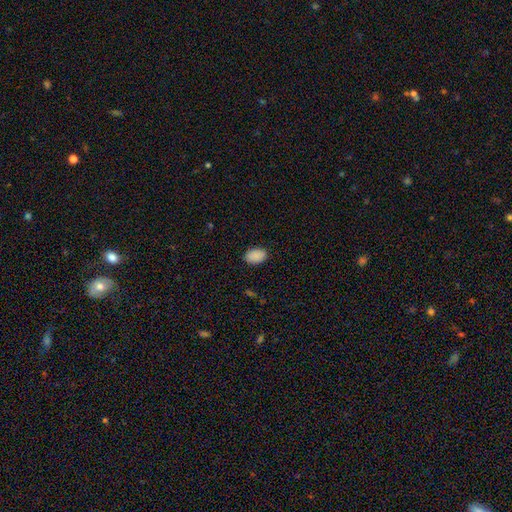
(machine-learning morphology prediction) Smooth or featured?
  - smooth: 90% *
  - star or artifact: 7%
  - featured or disk: 3%
How rounded?
  - in between: 89% *
  - round: 10%
  - cigar-shaped: 1%
Merging?
  - none: 87% *
  - minor disturbance: 9%
  - major disturbance: 2%
  - merger: 1%